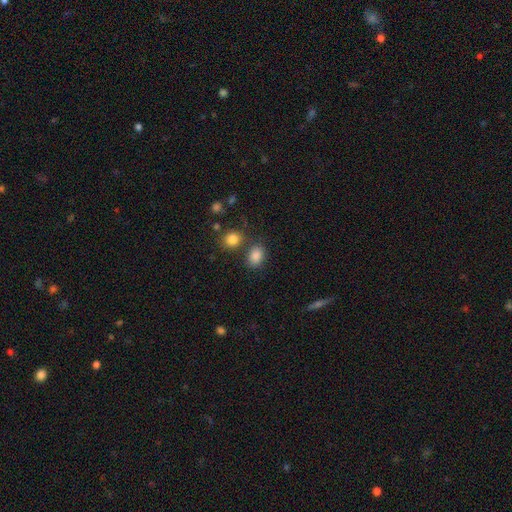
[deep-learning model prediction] A smooth galaxy with no disk features (86%) that is in between round and cigar-shaped (74%).

Vote fractions:
- Smooth or featured? smooth: 86% / star or artifact: 10% / featured or disk: 5%
- How rounded? in between: 74% / round: 25% / cigar-shaped: 1%
- Merging? none: 72% / merger: 12% / minor disturbance: 12% / major disturbance: 4%